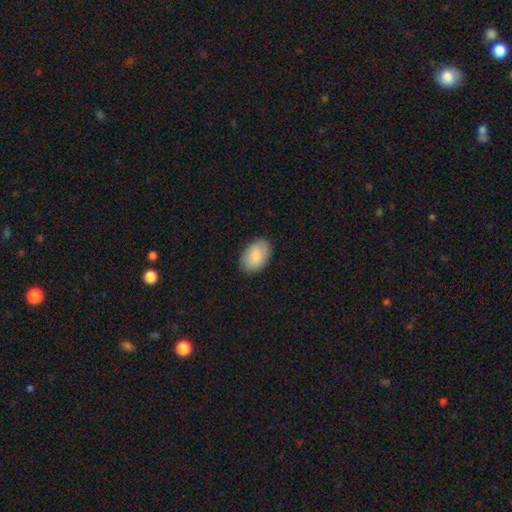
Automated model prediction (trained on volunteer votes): Smooth or featured: smooth — 81% (featured or disk — 13%)
How rounded: in between — 89% (round — 10%)
Merging: none — 85% (minor disturbance — 11%)